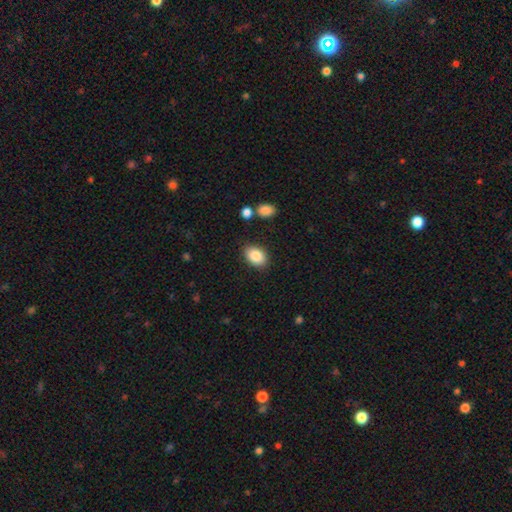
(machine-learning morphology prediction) smooth 87%, star or artifact 8%, featured or disk 5%. Down the decision tree: how rounded — in between (84%); merging — none (83%).